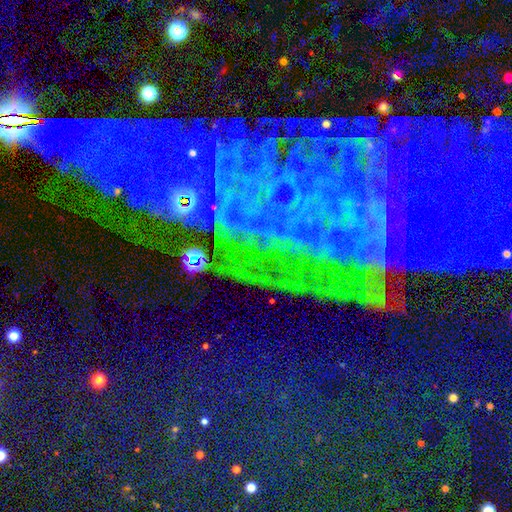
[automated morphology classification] The model was most divided on "smooth or featured": star or artifact: 75%, featured or disk: 15%, smooth: 10%.